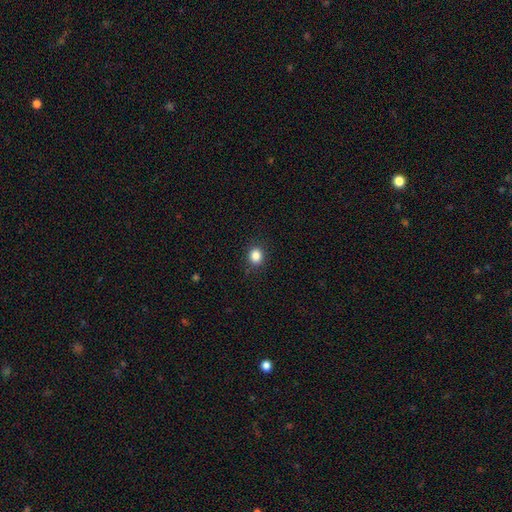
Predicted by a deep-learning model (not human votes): Smooth or featured?
  - smooth: 86% *
  - star or artifact: 11%
  - featured or disk: 4%
How rounded?
  - round: 71% *
  - in between: 29%
  - cigar-shaped: 1%
Merging?
  - none: 88% *
  - minor disturbance: 8%
  - major disturbance: 2%
  - merger: 1%